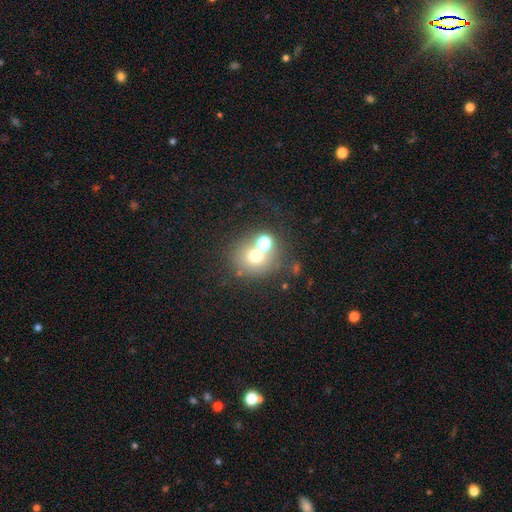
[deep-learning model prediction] A smooth galaxy with no disk features (64%) that is round (80%). Merging: none (52%).